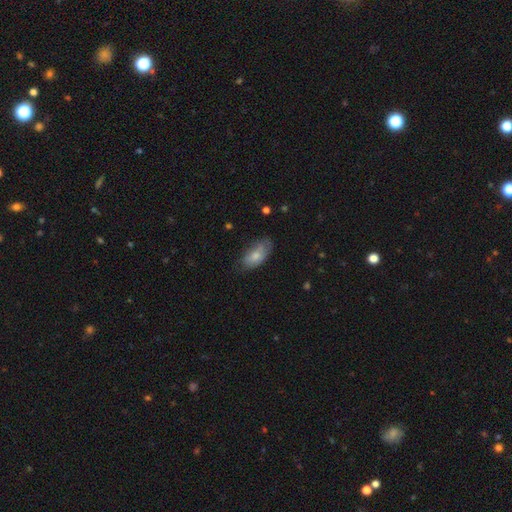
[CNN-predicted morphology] Smooth or featured? smooth (71%)
How rounded? in between (92%)
Merging? none (55%)